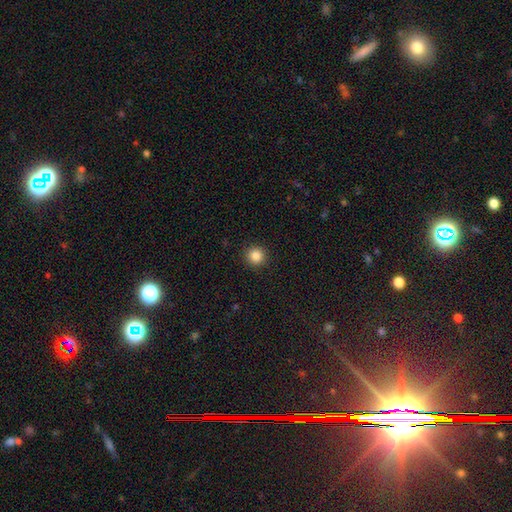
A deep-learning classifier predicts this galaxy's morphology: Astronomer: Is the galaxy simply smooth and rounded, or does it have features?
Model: smooth — 86%.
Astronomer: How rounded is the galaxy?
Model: round — 94%.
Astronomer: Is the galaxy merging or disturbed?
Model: none — 92%.